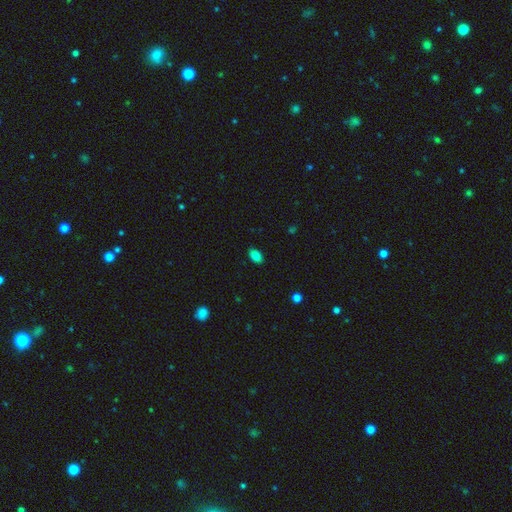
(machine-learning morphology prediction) Smooth or featured?
  - smooth: 84% *
  - star or artifact: 9%
  - featured or disk: 6%
How rounded?
  - in between: 90% *
  - round: 9%
  - cigar-shaped: 2%
Merging?
  - none: 88% *
  - minor disturbance: 9%
  - major disturbance: 2%
  - merger: 1%